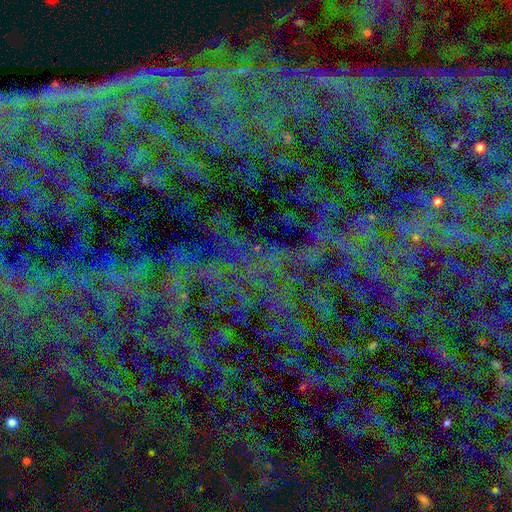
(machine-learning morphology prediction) This appears to be a star or artifact, not a galaxy (79%).